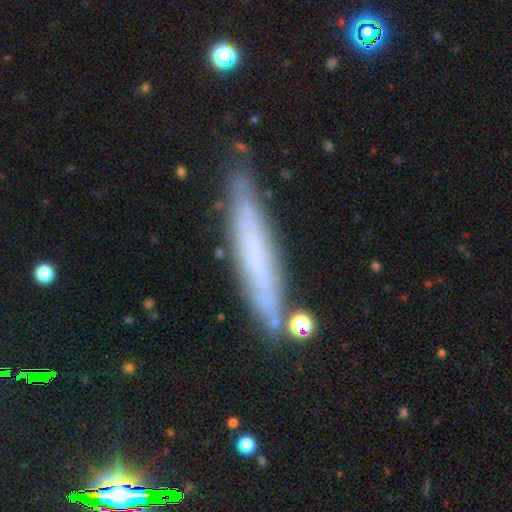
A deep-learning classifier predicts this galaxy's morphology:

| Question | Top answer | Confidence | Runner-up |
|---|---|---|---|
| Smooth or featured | smooth | 50% | featured or disk (40%) |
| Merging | none | 82% | minor disturbance (12%) |